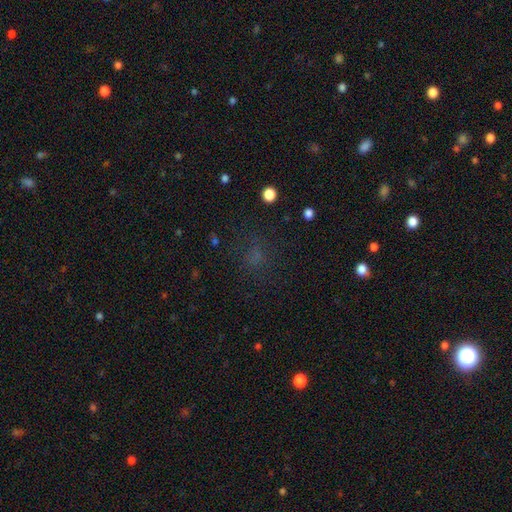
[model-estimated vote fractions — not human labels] Morphology: type=smooth (51%); roundness=round (71%); merging=none (73%).